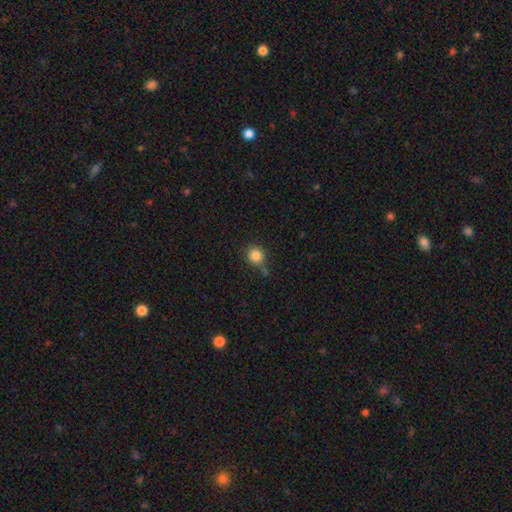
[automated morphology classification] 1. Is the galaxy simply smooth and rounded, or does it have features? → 85% smooth, 11% star or artifact, 5% featured or disk.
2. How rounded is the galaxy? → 89% round, 10% in between, 1% cigar-shaped.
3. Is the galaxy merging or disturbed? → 70% none, 17% minor disturbance, 8% merger, 4% major disturbance.